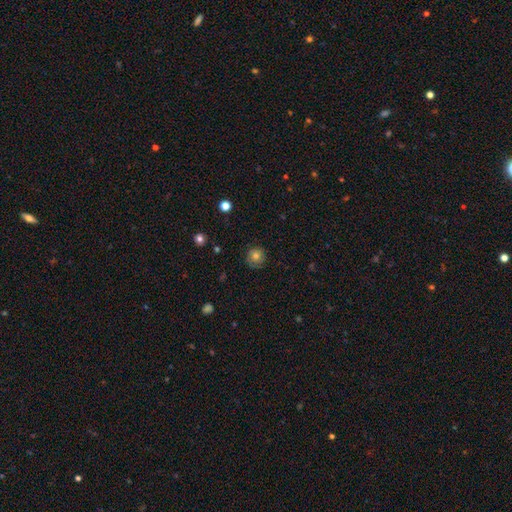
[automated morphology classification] smooth-or-featured: smooth: 67% | featured or disk: 22% | star or artifact: 11%
  how-rounded: round: 90% | in between: 9% | cigar-shaped: 1%
  merging: none: 79% | minor disturbance: 15% | major disturbance: 5% | merger: 1%